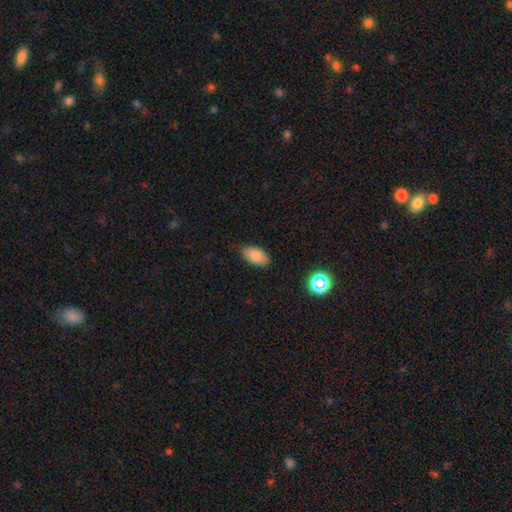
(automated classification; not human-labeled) Q: Smooth or featured?
A: smooth (85%); runner-up: star or artifact (9%)
Q: How rounded?
A: in between (94%); runner-up: round (4%)
Q: Merging?
A: none (78%); runner-up: minor disturbance (17%)